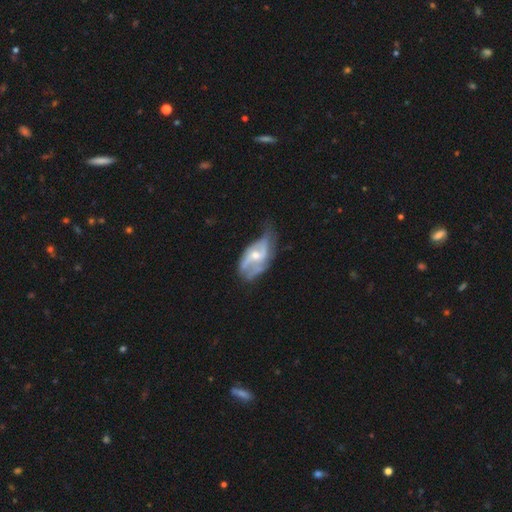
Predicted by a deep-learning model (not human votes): featured or disk 78%, smooth 17%, star or artifact 6%. Down the decision tree: edge-on disk — no (95%); bar — no (51%); spiral arms — yes (85%); spiral arm count — 2 (65%); spiral winding — loose (41%, tied with medium); bulge size — moderate (54%); merging — none (41%).